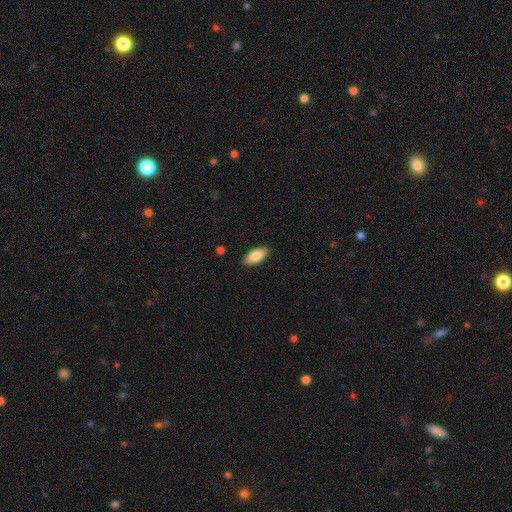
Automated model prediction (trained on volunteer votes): This is clearly a smooth galaxy (83%). How rounded: clearly in between (86%). Merging: clearly none (88%).